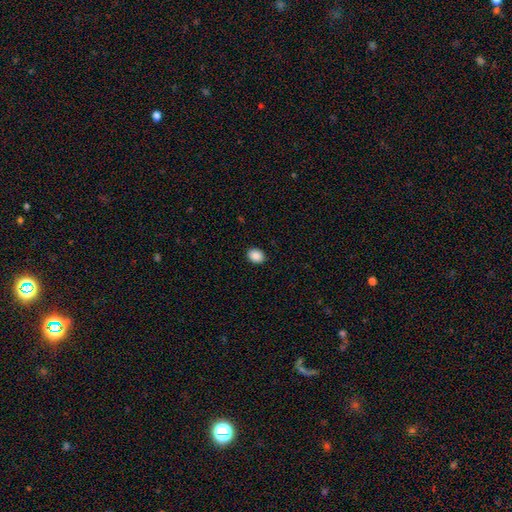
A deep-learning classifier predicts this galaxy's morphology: Q: Smooth or featured?
A: smooth (89%); runner-up: star or artifact (8%)
Q: How rounded?
A: in between (50%); runner-up: round (49%)
Q: Merging?
A: none (91%); runner-up: minor disturbance (6%)